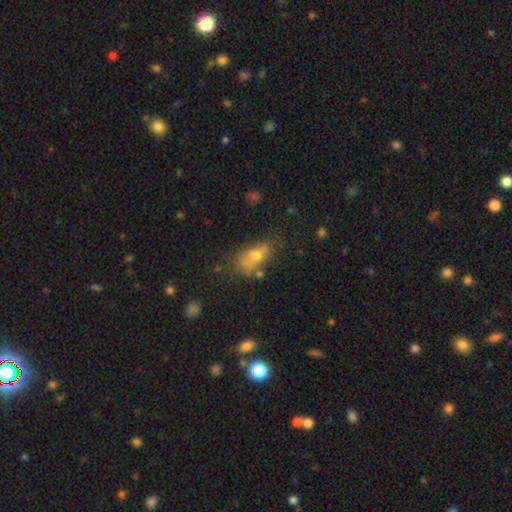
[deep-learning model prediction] This appears to be a smooth galaxy with no disk features (65%) that is in between round and cigar-shaped (78%). Merging: none (46%).